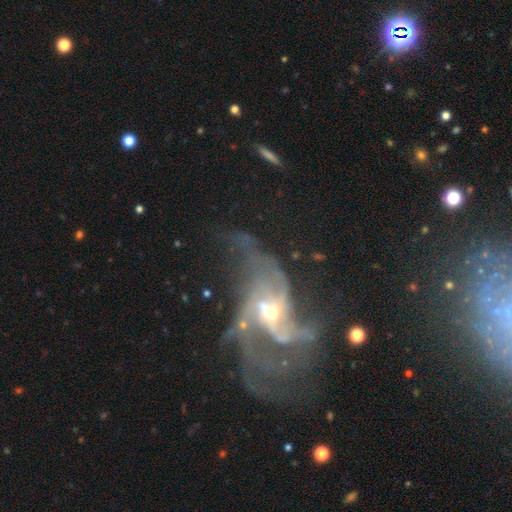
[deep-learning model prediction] Q: Smooth or featured?
A: featured or disk (83%); runner-up: star or artifact (11%)
Q: Edge-on disk?
A: no (96%); runner-up: yes (4%)
Q: Bar?
A: no (49%); runner-up: weak (38%)
Q: Spiral arms?
A: yes (90%); runner-up: no (10%)
Q: Spiral winding?
A: loose (52%); runner-up: medium (35%)
Q: Spiral arm count?
A: 2 (29%); runner-up: can't tell (24%)
Q: Bulge size?
A: moderate (51%); runner-up: small (39%)
Q: Merging?
A: major disturbance (40%); runner-up: none (35%)